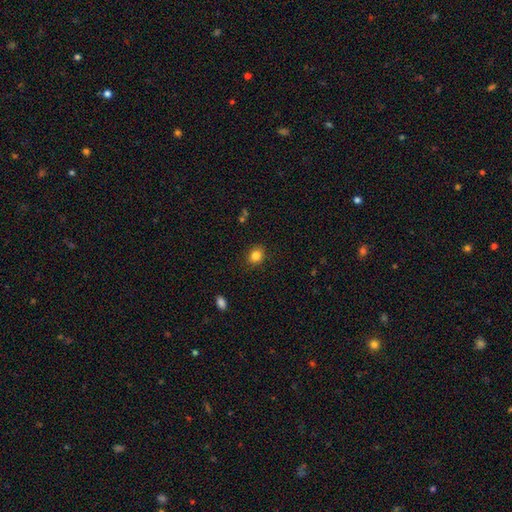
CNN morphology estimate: smooth_or_featured: smooth (p=0.84) [alt: star or artifact p=0.11]
how_rounded: round (p=0.62) [alt: in between p=0.37]
merging: none (p=0.88) [alt: minor disturbance p=0.09]